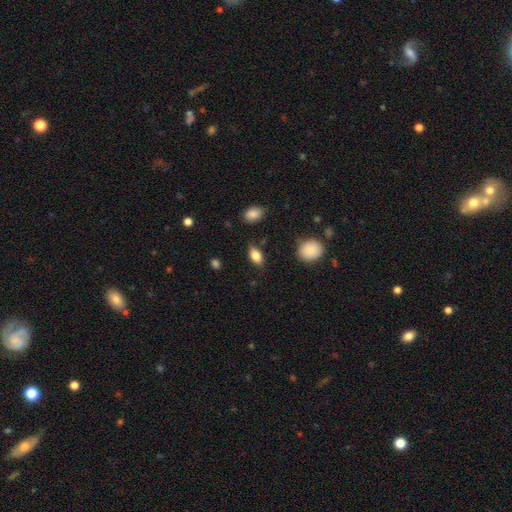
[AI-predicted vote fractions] This is clearly a smooth galaxy (83%). How rounded: clearly in between (89%). Merging: clearly none (83%).